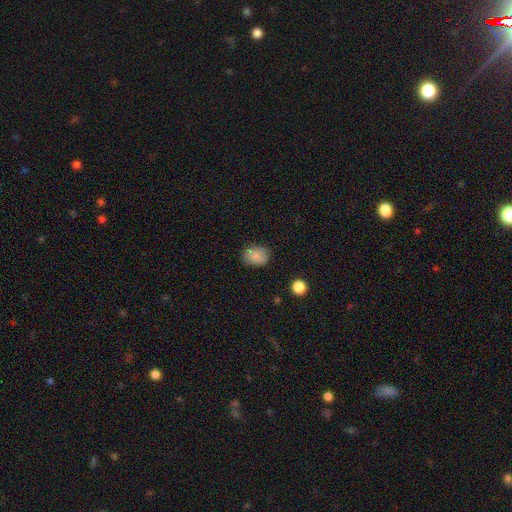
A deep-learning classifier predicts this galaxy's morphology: smooth_or_featured: smooth (p=0.83) [alt: star or artifact p=0.10]
how_rounded: in between (p=0.65) [alt: round p=0.34]
merging: none (p=0.75) [alt: minor disturbance p=0.18]